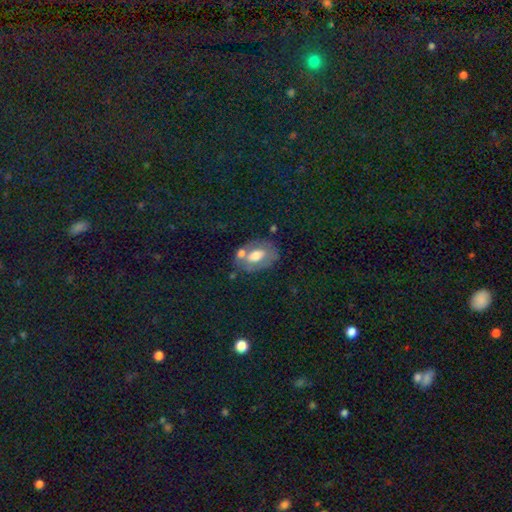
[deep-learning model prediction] smooth 50%, featured or disk 40%, star or artifact 10%. Down the decision tree: merging — none (52%).